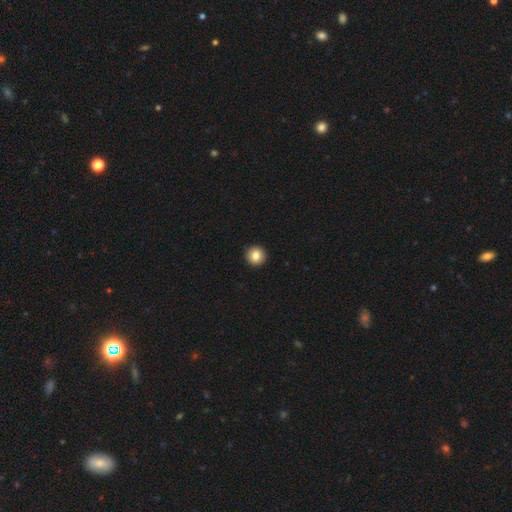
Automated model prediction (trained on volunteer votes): Overall: smooth (83%). How rounded: round (96%). Merging: none (94%).